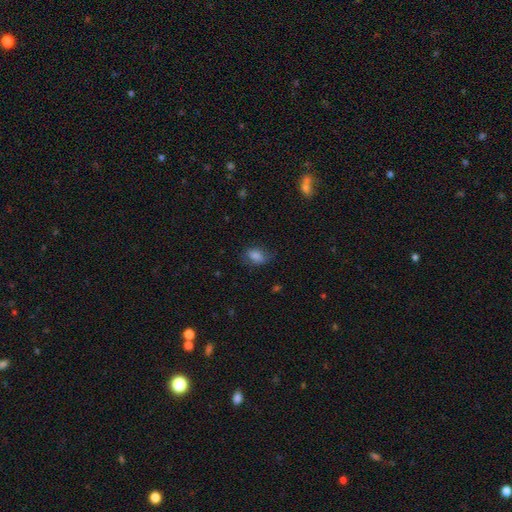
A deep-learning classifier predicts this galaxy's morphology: This appears to be a smooth galaxy with no disk features (79%) that is in between round and cigar-shaped (82%). Merging: none (68%).